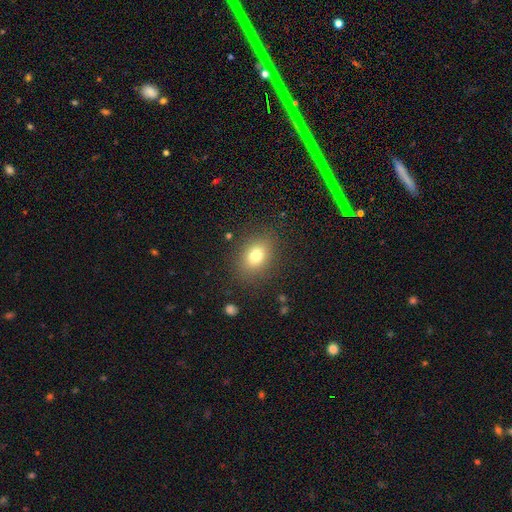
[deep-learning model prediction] This is likely a smooth galaxy (77%). How rounded: possibly in between (59%). Merging: clearly none (85%).